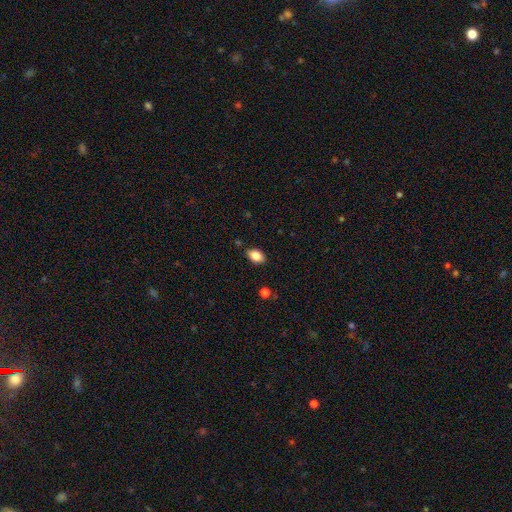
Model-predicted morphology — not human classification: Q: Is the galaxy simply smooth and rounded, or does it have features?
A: smooth — 86%.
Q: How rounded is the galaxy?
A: in between — 89%.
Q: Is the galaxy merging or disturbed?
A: none — 85%.